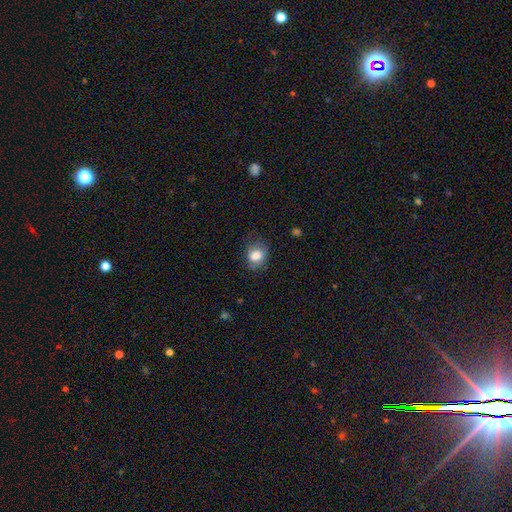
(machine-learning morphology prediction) A smooth galaxy with no disk features (80%) that is round (57%). Merging: none (63%).